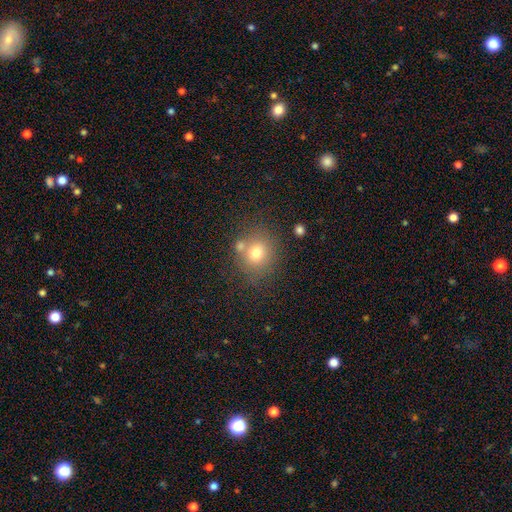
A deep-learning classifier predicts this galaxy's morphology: smooth-or-featured: smooth: 73% | star or artifact: 14% | featured or disk: 13%
  how-rounded: round: 79% | in between: 20% | cigar-shaped: 1%
  merging: none: 68% | merger: 17% | minor disturbance: 12% | major disturbance: 4%